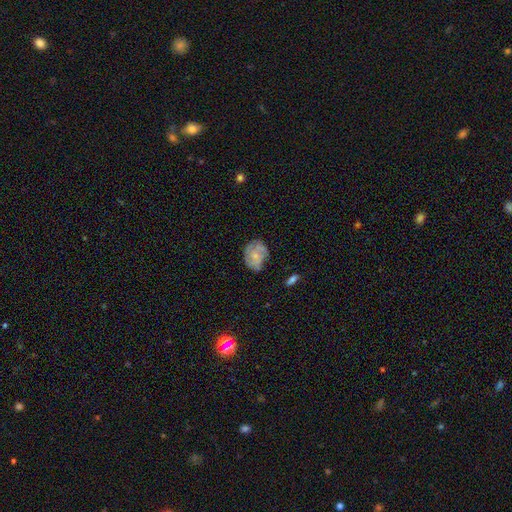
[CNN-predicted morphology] Smooth or featured: featured or disk — 56% (smooth — 37%)
Edge-on disk: no — 97% (yes — 3%)
Bar: no — 80% (weak — 18%)
Spiral arms: yes — 75% (no — 25%)
Bulge size: small — 59% (moderate — 27%)
Merging: none — 61% (minor disturbance — 27%)